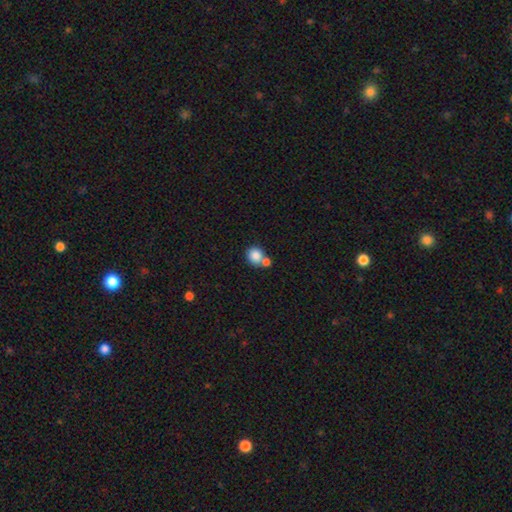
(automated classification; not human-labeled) Smooth or featured: smooth — 84% (star or artifact — 9%)
How rounded: round — 87% (in between — 12%)
Merging: none — 51% (merger — 38%)